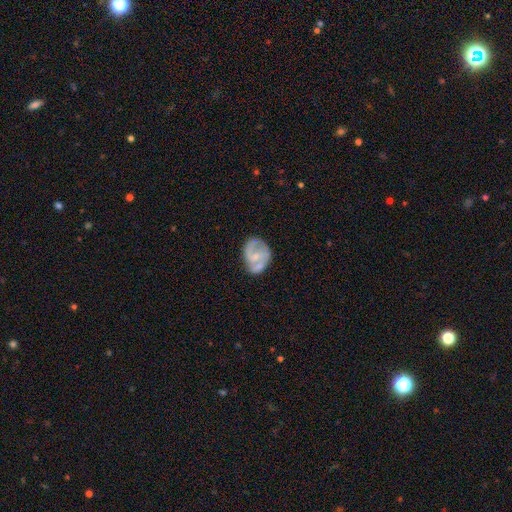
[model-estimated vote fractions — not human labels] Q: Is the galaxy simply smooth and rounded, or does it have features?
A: featured or disk — 63%.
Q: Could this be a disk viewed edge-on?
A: no — 97%.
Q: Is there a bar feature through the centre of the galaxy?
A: weak — 44%.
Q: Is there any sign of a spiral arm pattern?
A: yes — 72%.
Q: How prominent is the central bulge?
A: small — 54%.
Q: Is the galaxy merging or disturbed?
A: none — 51%.